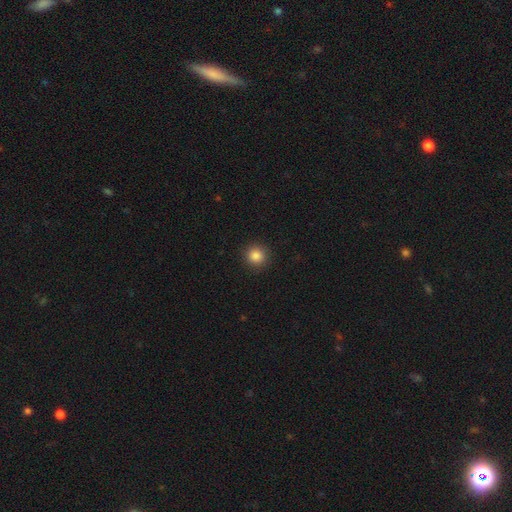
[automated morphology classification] This appears to be a smooth galaxy with no disk features (86%) that is round (93%). Merging: none (92%).